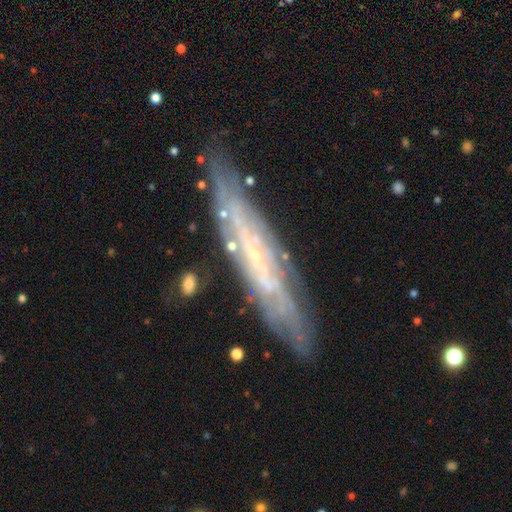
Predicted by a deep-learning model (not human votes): Smooth or featured?
  - featured or disk: 75% *
  - smooth: 17%
  - star or artifact: 8%
Edge-on disk?
  - yes: 56% *
  - no: 44%
Merging?
  - none: 79% *
  - minor disturbance: 14%
  - major disturbance: 4%
  - merger: 2%